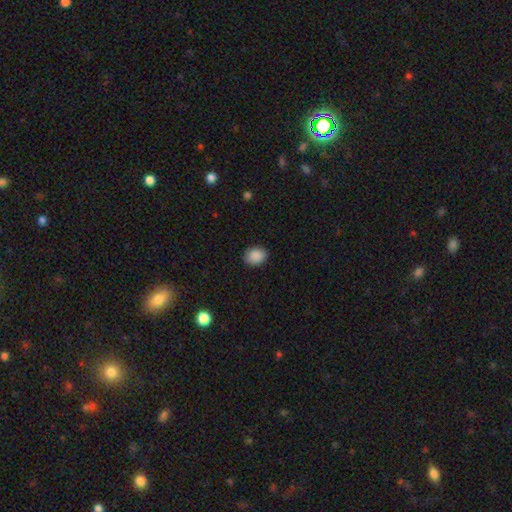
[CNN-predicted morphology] The model was most divided on "how rounded": in between: 57%, round: 42%, cigar-shaped: 1%. More confident: smooth or featured — smooth (89%); merging — none (86%).